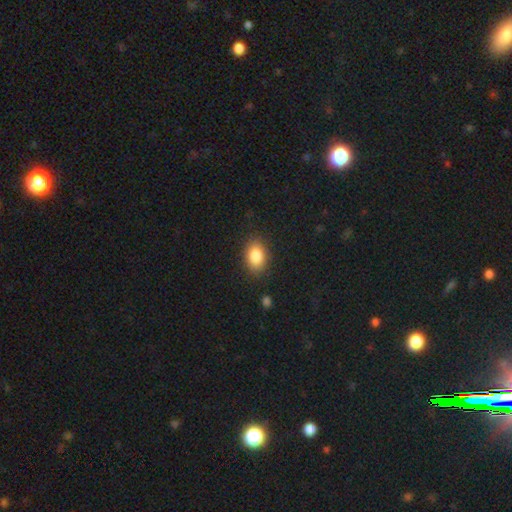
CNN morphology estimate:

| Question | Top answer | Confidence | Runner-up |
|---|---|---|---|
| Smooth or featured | smooth | 85% | star or artifact (8%) |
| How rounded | in between | 83% | round (15%) |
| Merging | none | 86% | minor disturbance (10%) |